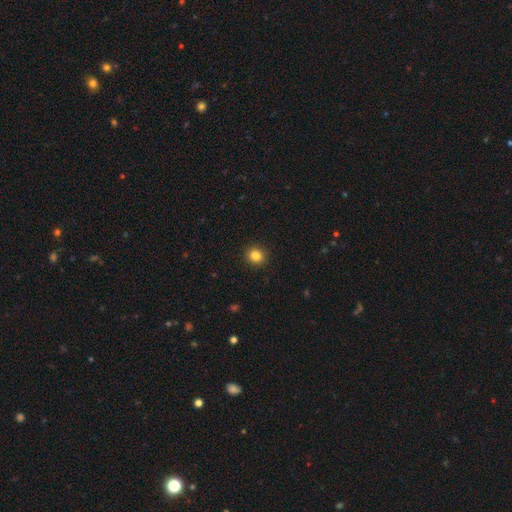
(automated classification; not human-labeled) smooth 84%, star or artifact 11%, featured or disk 5%. Down the decision tree: how rounded — round (90%); merging — none (93%).